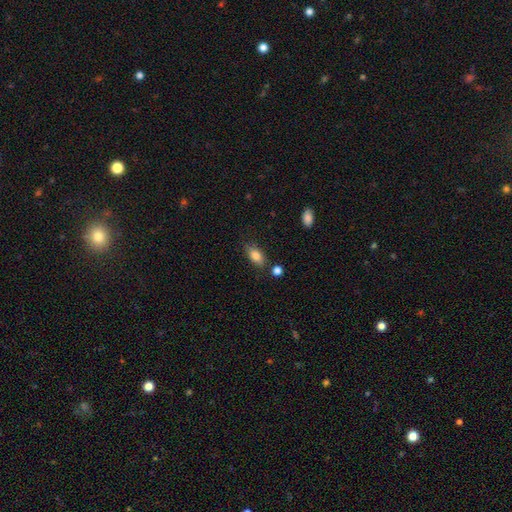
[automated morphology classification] smooth-or-featured: smooth: 81% | featured or disk: 11% | star or artifact: 8%
  how-rounded: in between: 86% | cigar-shaped: 7% | round: 7%
  merging: none: 76% | minor disturbance: 15% | merger: 5% | major disturbance: 3%